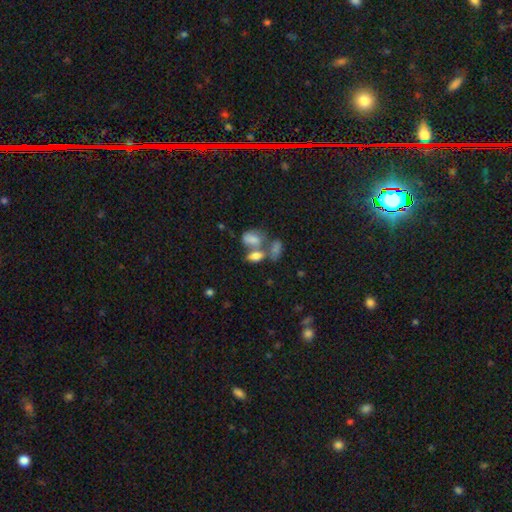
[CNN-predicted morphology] Smooth or featured?
  - smooth: 71% *
  - featured or disk: 18%
  - star or artifact: 11%
How rounded?
  - in between: 88% *
  - round: 7%
  - cigar-shaped: 4%
Merging?
  - merger: 54% *
  - none: 27%
  - minor disturbance: 10%
  - major disturbance: 8%